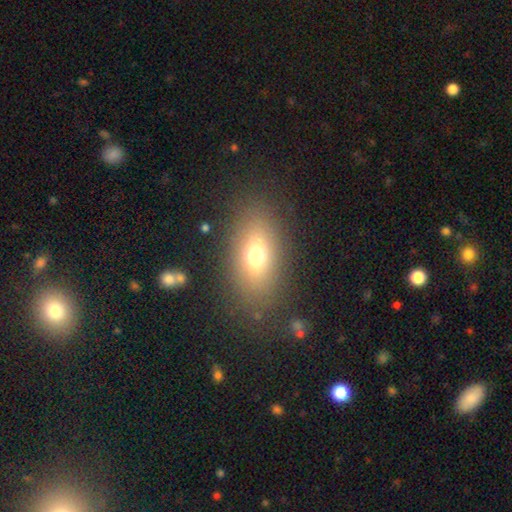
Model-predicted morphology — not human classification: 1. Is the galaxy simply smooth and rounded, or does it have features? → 69% smooth, 18% featured or disk, 14% star or artifact.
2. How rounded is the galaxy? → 81% in between, 15% round, 4% cigar-shaped.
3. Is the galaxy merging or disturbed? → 82% none, 10% minor disturbance, 6% major disturbance, 2% merger.